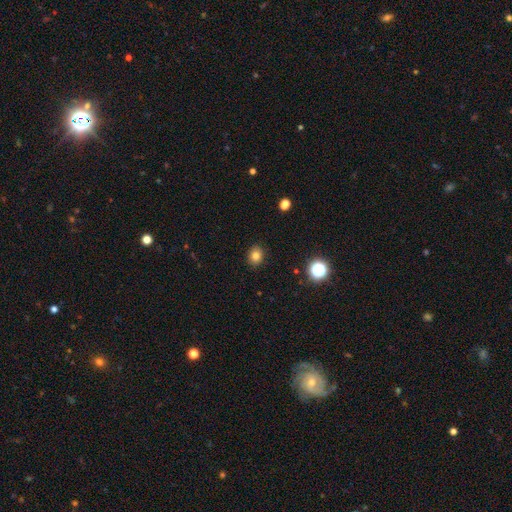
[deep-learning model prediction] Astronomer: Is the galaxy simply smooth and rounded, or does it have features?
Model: smooth — 81%.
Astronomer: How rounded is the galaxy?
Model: round — 63%.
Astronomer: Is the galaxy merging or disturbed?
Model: none — 90%.